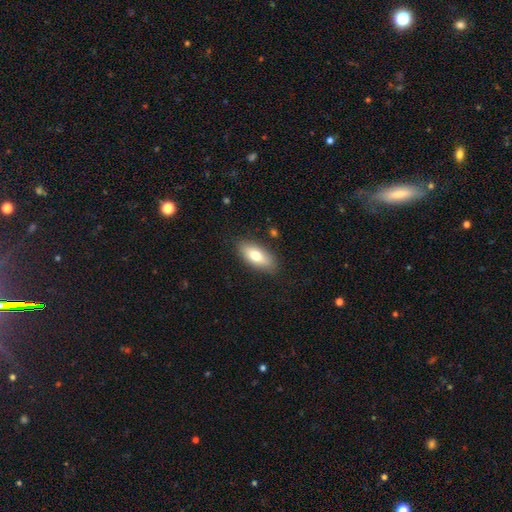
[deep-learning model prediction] Smooth or featured?
  - smooth: 72% *
  - featured or disk: 21%
  - star or artifact: 7%
How rounded?
  - in between: 84% *
  - cigar-shaped: 13%
  - round: 3%
Merging?
  - none: 85% *
  - minor disturbance: 11%
  - major disturbance: 3%
  - merger: 2%